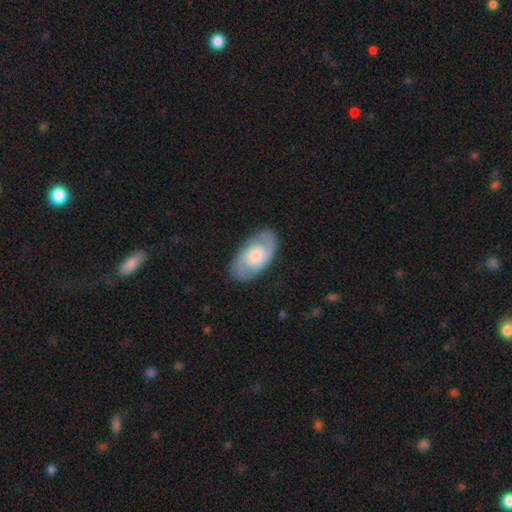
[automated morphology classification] A featured or disk galaxy (74%) with no bar (65%), 2 (86%) medium (45%) spiral arms (93%) and a moderate central bulge (42%).

Vote fractions:
- Smooth or featured? featured or disk: 74% / smooth: 20% / star or artifact: 5%
- Edge-on disk? no: 95% / yes: 5%
- Bar? no: 65% / weak: 29% / strong: 6%
- Spiral arms? yes: 93% / no: 7%
- Spiral winding? medium: 45% / tight: 40% / loose: 14%
- Spiral arm count? 2: 86% / can't tell: 8% / 3: 2% / 1: 2% / 4: 1% / more than 4: 1%
- Bulge size? moderate: 42% / small: 34% / large: 16% / none: 6% / dominant: 2%
- Merging? none: 82% / minor disturbance: 13% / major disturbance: 4% / merger: 1%